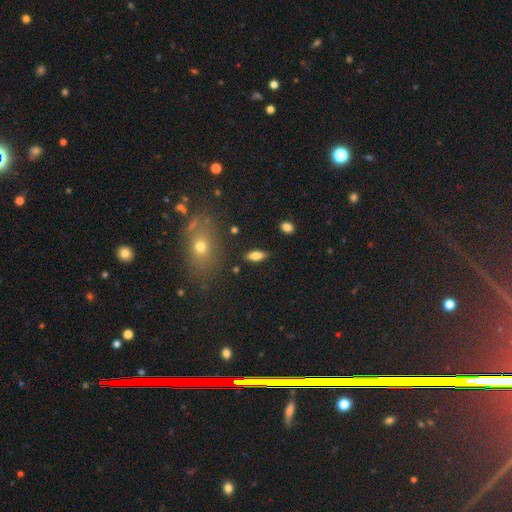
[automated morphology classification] This is likely a smooth galaxy (74%). How rounded: likely in between (75%). Merging: clearly none (84%).